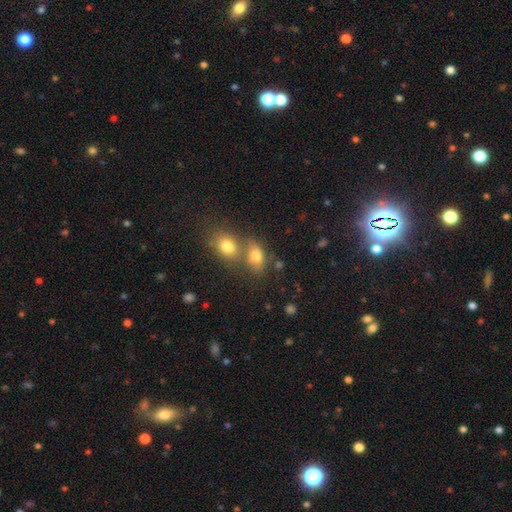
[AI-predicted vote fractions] Smooth or featured? smooth (77%)
How rounded? in between (79%)
Merging? merger (46%)